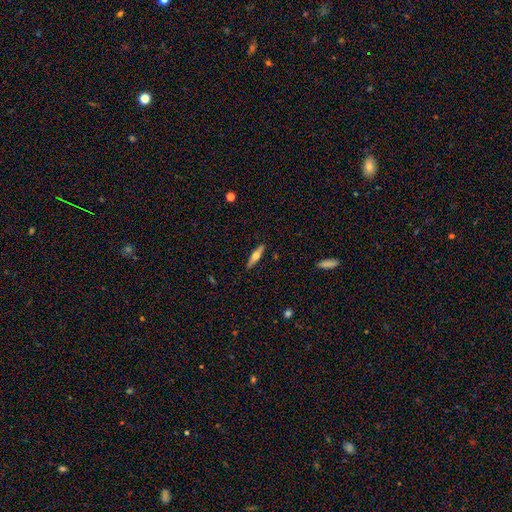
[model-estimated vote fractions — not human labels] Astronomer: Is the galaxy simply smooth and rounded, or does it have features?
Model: featured or disk — 50% (runner-up: smooth, 44%).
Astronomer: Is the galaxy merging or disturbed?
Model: none — 90%.